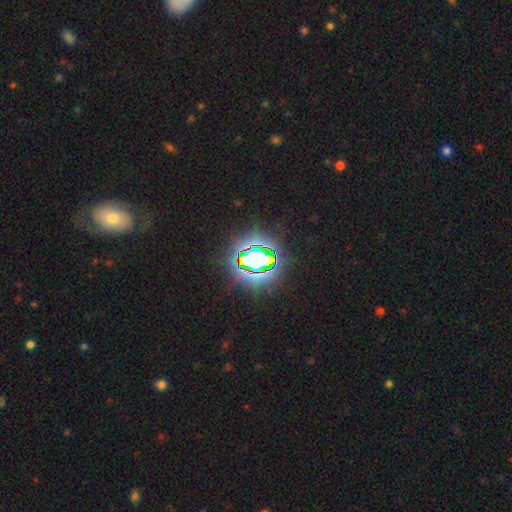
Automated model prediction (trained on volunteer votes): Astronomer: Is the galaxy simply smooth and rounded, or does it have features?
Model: star or artifact — 72%.